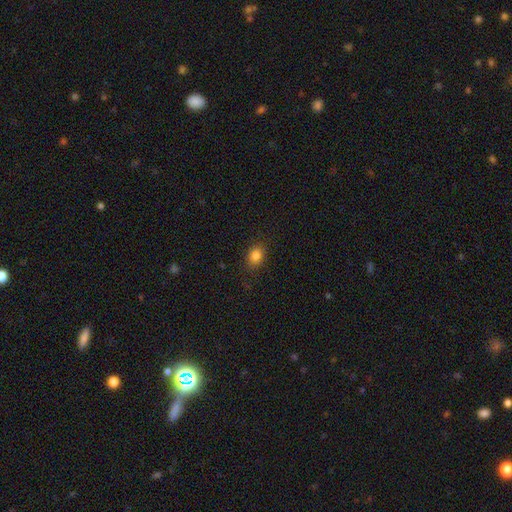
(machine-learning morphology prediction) This appears to be a smooth galaxy with no disk features (83%) that is in between round and cigar-shaped (58%). Merging: none (86%).